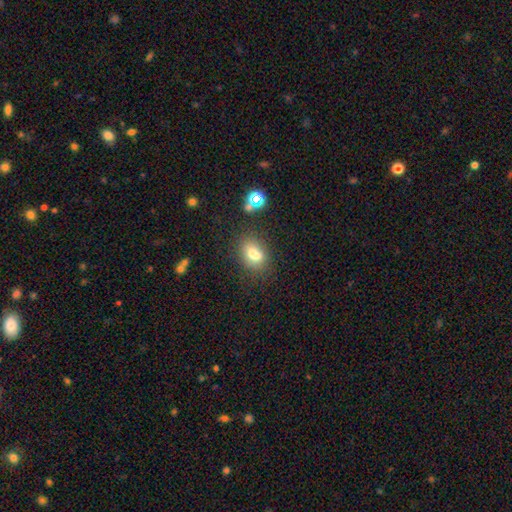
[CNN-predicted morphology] Smooth or featured? smooth (73%)
How rounded? in between (70%)
Merging? none (59%)